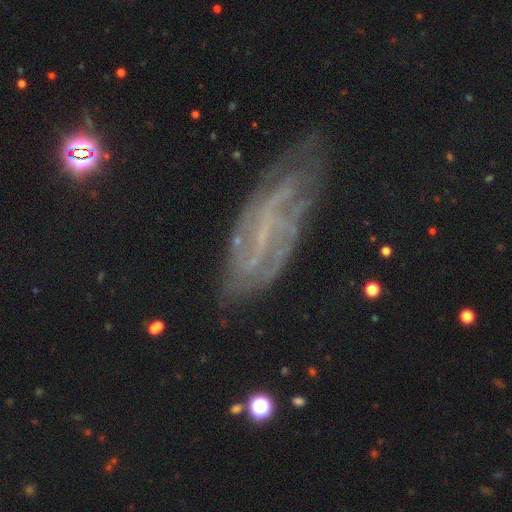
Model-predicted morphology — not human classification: Overall: featured or disk (77%). Edge-on disk: no (91%). Bar: weak (39%; no 35%). Spiral arms: yes (85%). Spiral arm count: 2 (38%; can't tell 36%). Spiral winding: medium (40%; tight 35%). Bulge size: none (59%; small 32%). Merging: none (62%).